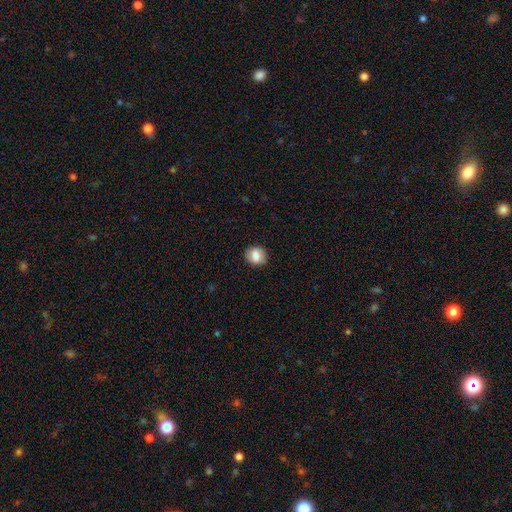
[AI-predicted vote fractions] A smooth galaxy with no disk features (80%) that is round (71%).

Vote fractions:
- Smooth or featured? smooth: 80% / featured or disk: 11% / star or artifact: 9%
- How rounded? round: 71% / in between: 28% / cigar-shaped: 1%
- Merging? none: 87% / minor disturbance: 9% / major disturbance: 2% / merger: 1%